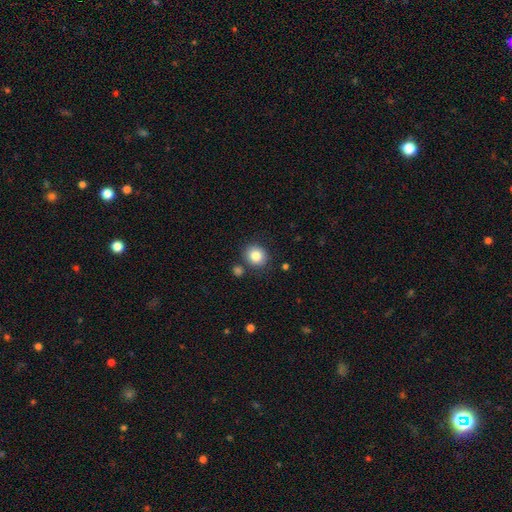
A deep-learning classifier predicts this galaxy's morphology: Smooth or featured: smooth — 84% (star or artifact — 9%)
How rounded: round — 79% (in between — 20%)
Merging: none — 82% (minor disturbance — 9%)